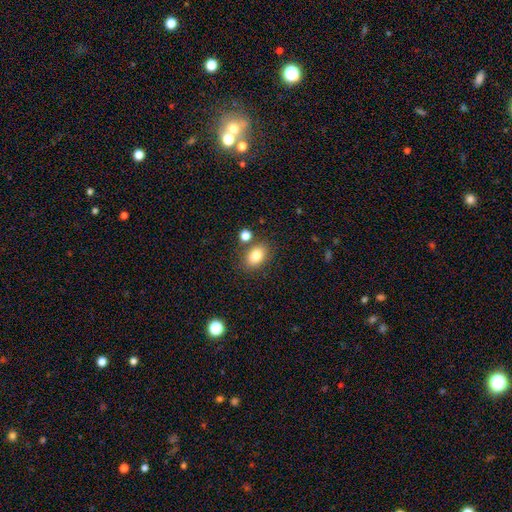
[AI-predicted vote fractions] Morphology: type=smooth (81%); roundness=in between (80%); merging=none (76%).